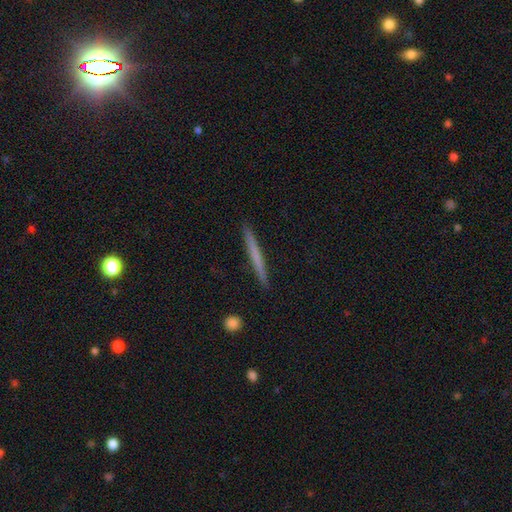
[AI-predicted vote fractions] smooth 57%, featured or disk 38%, star or artifact 5%. Down the decision tree: how rounded — cigar-shaped (97%); merging — none (93%).